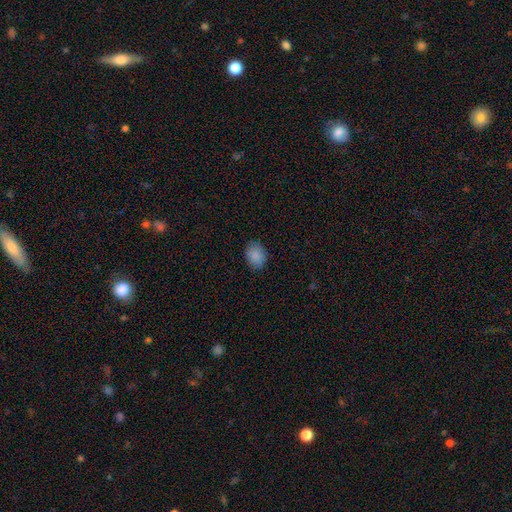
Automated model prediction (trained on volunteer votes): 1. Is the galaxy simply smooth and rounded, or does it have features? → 88% smooth, 8% star or artifact, 4% featured or disk.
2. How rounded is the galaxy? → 63% in between, 37% round, 1% cigar-shaped.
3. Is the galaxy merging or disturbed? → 85% none, 12% minor disturbance, 3% major disturbance, 1% merger.